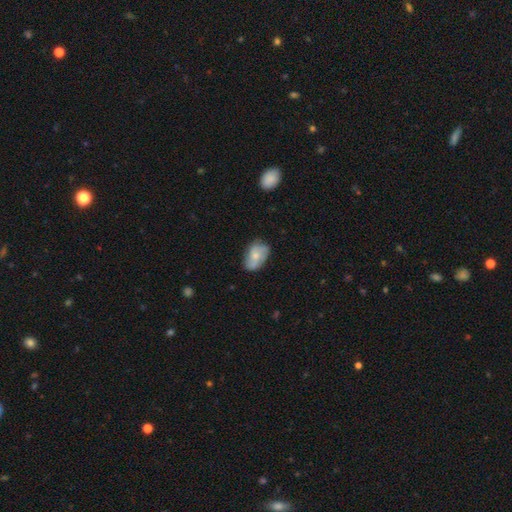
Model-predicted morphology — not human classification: Smooth or featured? smooth (53%)
How rounded? in between (87%)
Merging? none (61%)